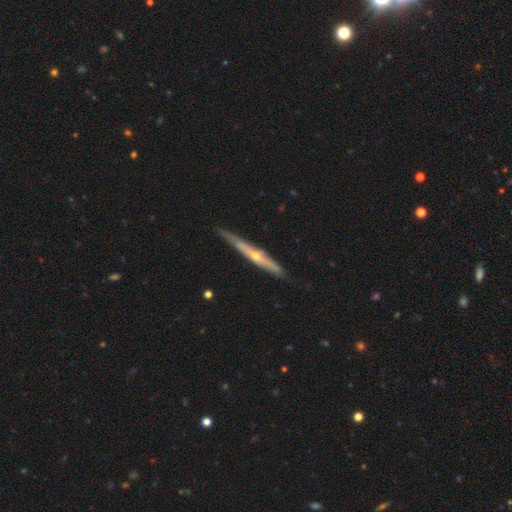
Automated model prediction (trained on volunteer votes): featured or disk 71%, smooth 24%, star or artifact 5%. Down the decision tree: edge-on disk — yes (94%); edge-on bulge — rounded (77%); merging — none (84%).